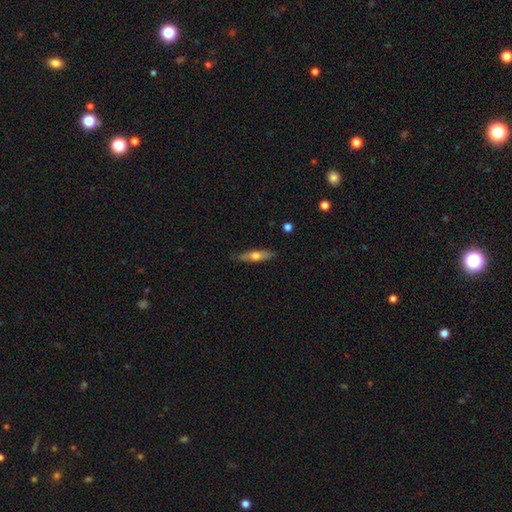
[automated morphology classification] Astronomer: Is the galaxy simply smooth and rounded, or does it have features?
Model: smooth — 57% (runner-up: featured or disk, 37%).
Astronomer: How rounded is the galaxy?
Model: cigar-shaped — 71%.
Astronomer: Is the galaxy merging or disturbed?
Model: none — 83%.